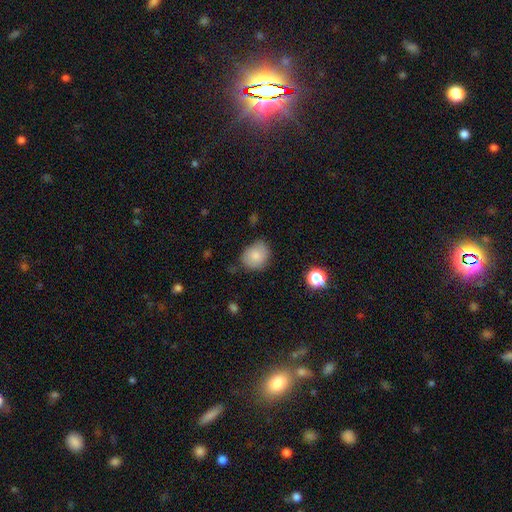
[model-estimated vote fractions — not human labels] Smooth or featured?
  - smooth: 82% *
  - featured or disk: 9%
  - star or artifact: 9%
How rounded?
  - round: 61% *
  - in between: 38%
  - cigar-shaped: 1%
Merging?
  - none: 67% *
  - minor disturbance: 26%
  - major disturbance: 5%
  - merger: 2%